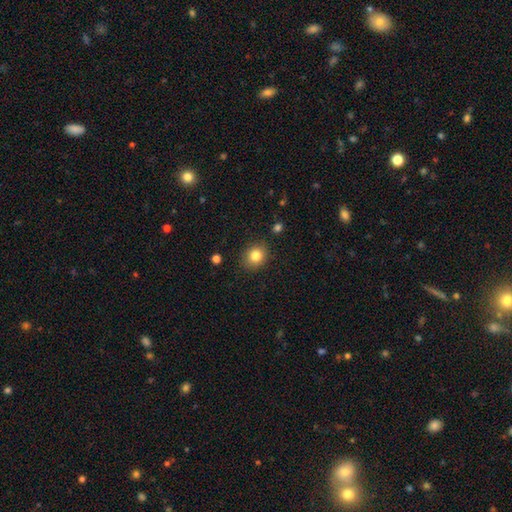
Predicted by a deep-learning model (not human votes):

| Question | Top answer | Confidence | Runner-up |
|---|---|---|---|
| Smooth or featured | smooth | 82% | star or artifact (11%) |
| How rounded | round | 67% | in between (32%) |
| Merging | none | 86% | minor disturbance (10%) |